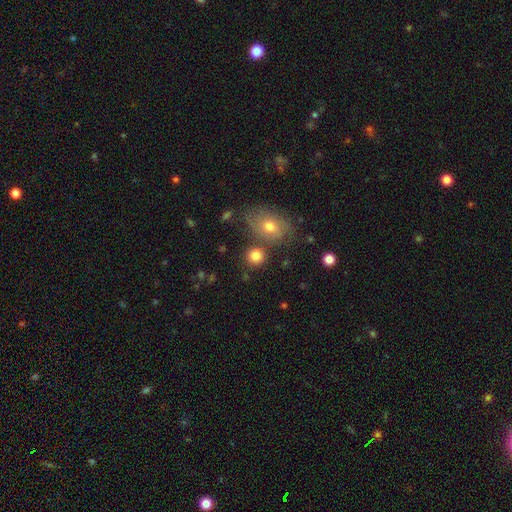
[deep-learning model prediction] This is clearly a smooth galaxy (81%). How rounded: clearly round (82%). Merging: likely none (71%).